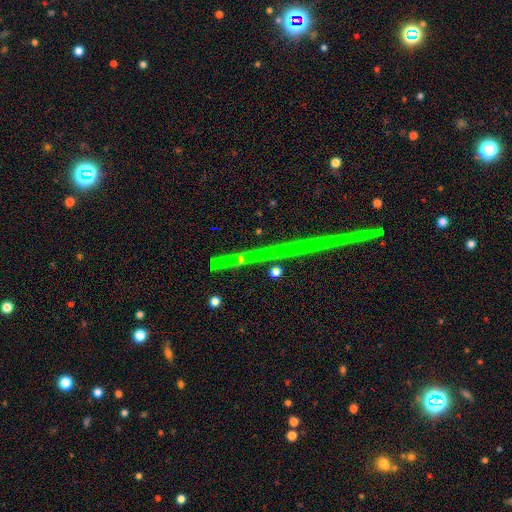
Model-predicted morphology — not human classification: star or artifact 71%, featured or disk 20%, smooth 9%.